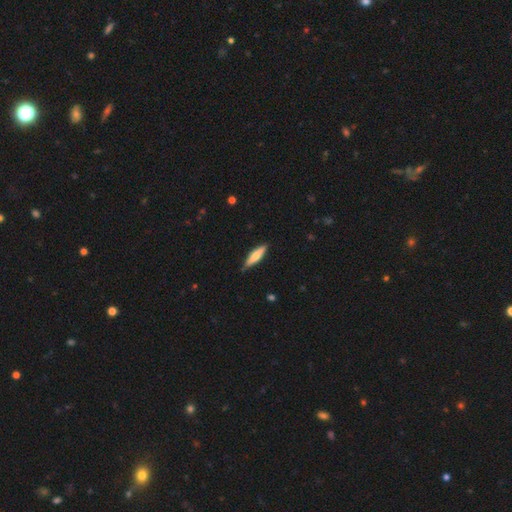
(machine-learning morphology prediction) The model was most divided on "smooth or featured": smooth: 62%, featured or disk: 32%, star or artifact: 6%. More confident: merging — none (83%); how rounded — cigar-shaped (74%).